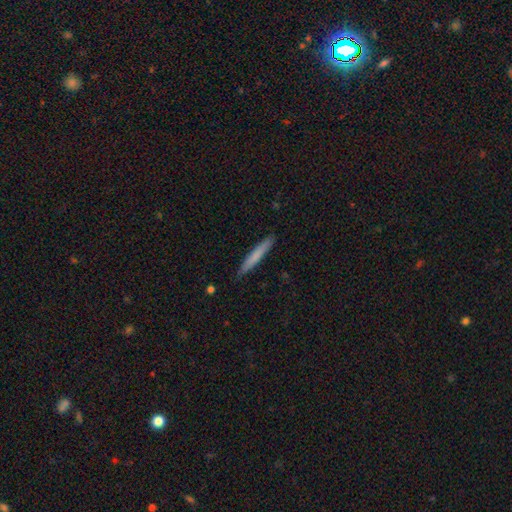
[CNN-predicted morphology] This appears to be a smooth galaxy with no disk features (72%) that is cigar-shaped (96%). Merging: none (89%).